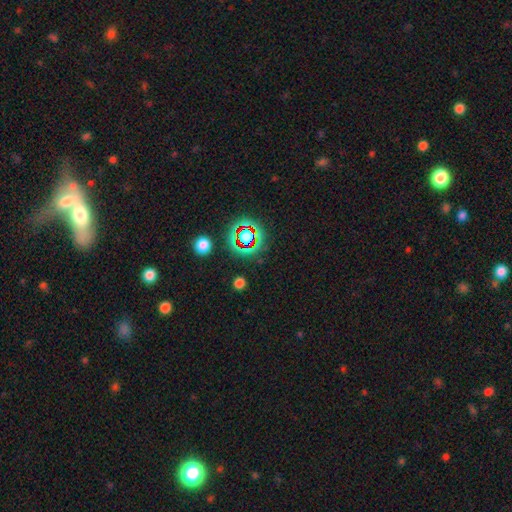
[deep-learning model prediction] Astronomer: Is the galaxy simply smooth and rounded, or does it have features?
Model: star or artifact — 57%.